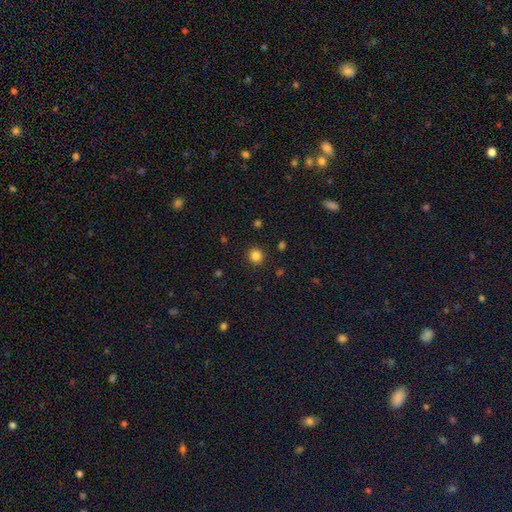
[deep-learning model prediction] Smooth or featured: smooth — 84% (star or artifact — 12%)
How rounded: round — 92% (in between — 7%)
Merging: none — 90% (minor disturbance — 6%)